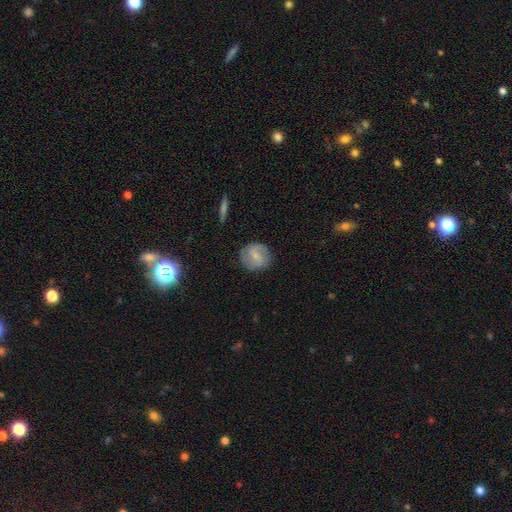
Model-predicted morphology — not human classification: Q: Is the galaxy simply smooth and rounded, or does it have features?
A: smooth — 53%.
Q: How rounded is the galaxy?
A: round — 85%.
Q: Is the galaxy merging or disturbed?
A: none — 83%.